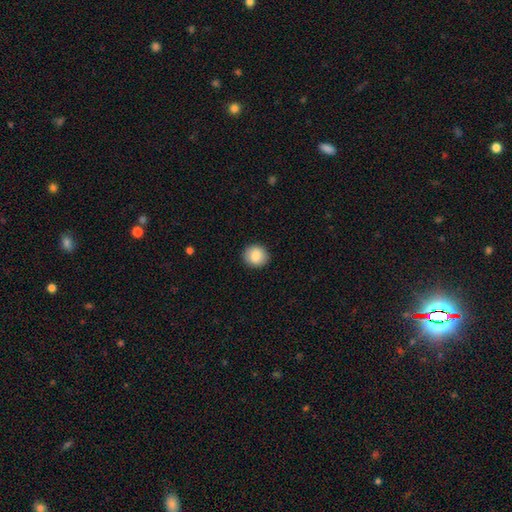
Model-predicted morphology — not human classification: Smooth or featured: smooth — 85% (star or artifact — 8%)
How rounded: round — 86% (in between — 13%)
Merging: none — 90% (minor disturbance — 7%)